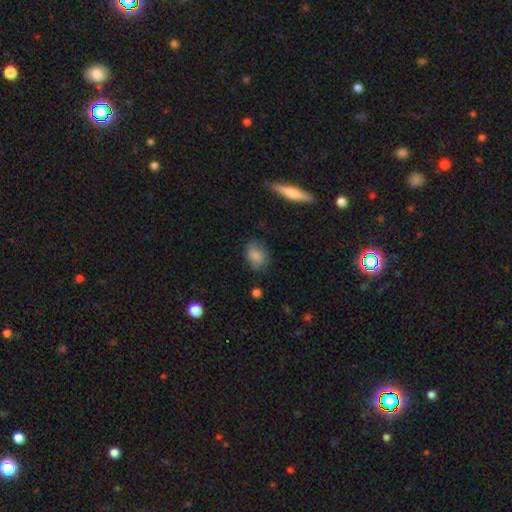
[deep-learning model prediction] smooth_or_featured: smooth (p=0.82) [alt: featured or disk p=0.10]
how_rounded: in between (p=0.62) [alt: round p=0.37]
merging: none (p=0.71) [alt: minor disturbance p=0.22]